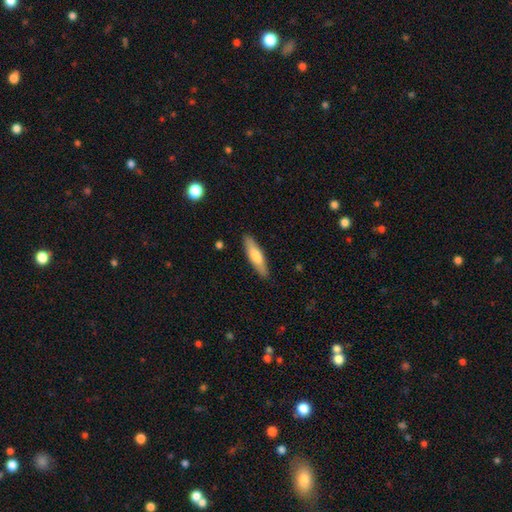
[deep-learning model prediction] This is likely a smooth galaxy (68%). How rounded: likely cigar-shaped (74%). Merging: clearly none (87%).